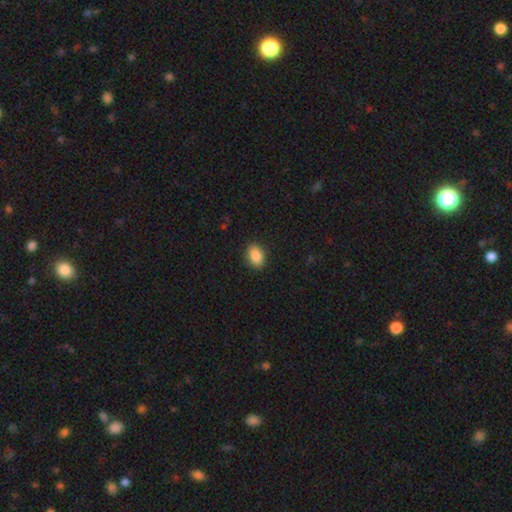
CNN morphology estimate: Smooth or featured? smooth (87%)
How rounded? in between (81%)
Merging? none (89%)